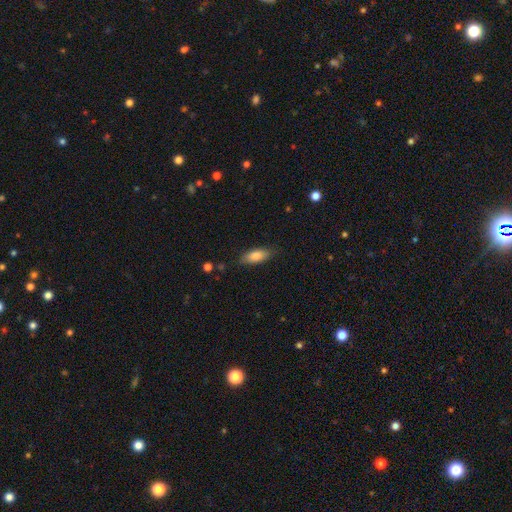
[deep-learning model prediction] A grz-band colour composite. It shows a smooth galaxy with no disk features (83%) that is in between round and cigar-shaped (78%). Merging: none (80%).